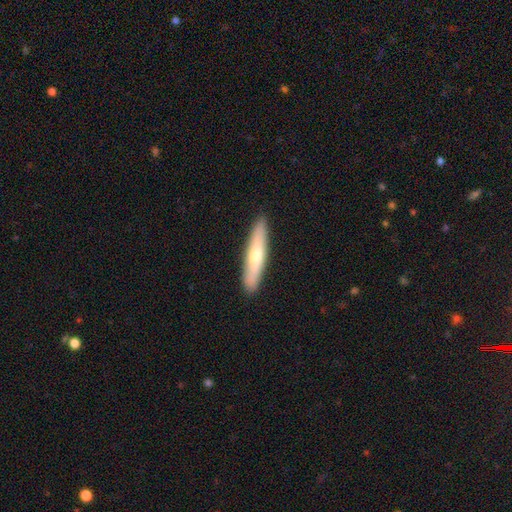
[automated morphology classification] Smooth or featured?
  - smooth: 60% *
  - featured or disk: 35%
  - star or artifact: 5%
How rounded?
  - cigar-shaped: 87% *
  - in between: 12%
  - round: 1%
Merging?
  - none: 91% *
  - minor disturbance: 7%
  - major disturbance: 1%
  - merger: 1%